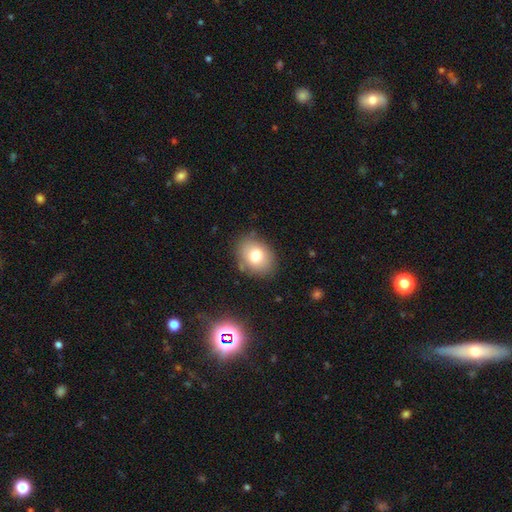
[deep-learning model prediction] This appears to be a smooth galaxy with no disk features (77%) that is in between round and cigar-shaped (61%). Merging: none (82%).